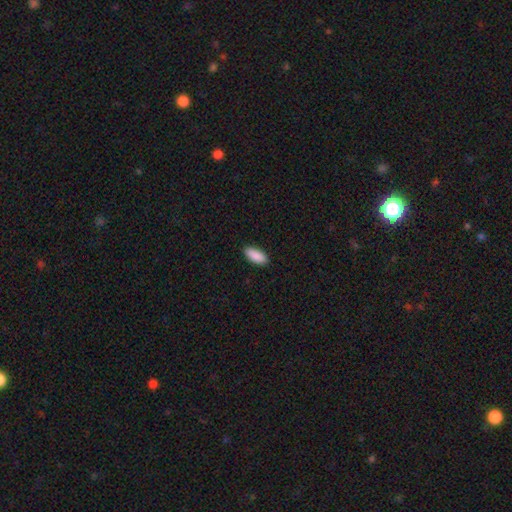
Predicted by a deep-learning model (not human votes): Smooth or featured?
  - smooth: 91% *
  - star or artifact: 6%
  - featured or disk: 3%
How rounded?
  - in between: 86% *
  - cigar-shaped: 12%
  - round: 2%
Merging?
  - none: 90% *
  - minor disturbance: 8%
  - major disturbance: 2%
  - merger: 1%